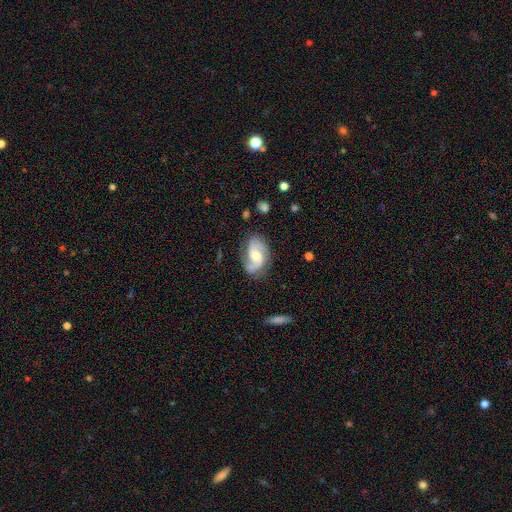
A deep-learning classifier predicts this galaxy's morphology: This is clearly a featured or disk galaxy (82%). It is clearly not viewed edge-on (97%). Bar: possibly no (49%). Spiral arm pattern: clearly yes (96%). Spiral arm count: likely 2 (79%). Spiral winding: possibly medium (48%). Central bulge: possibly moderate (60%). Merging: likely none (71%).